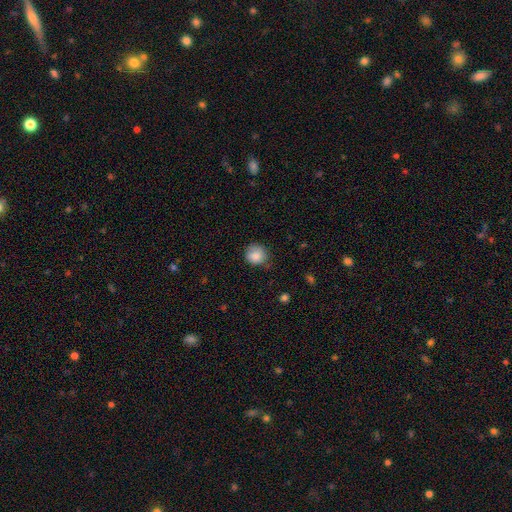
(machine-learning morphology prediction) Smooth or featured? smooth (85%)
How rounded? round (86%)
Merging? none (66%)